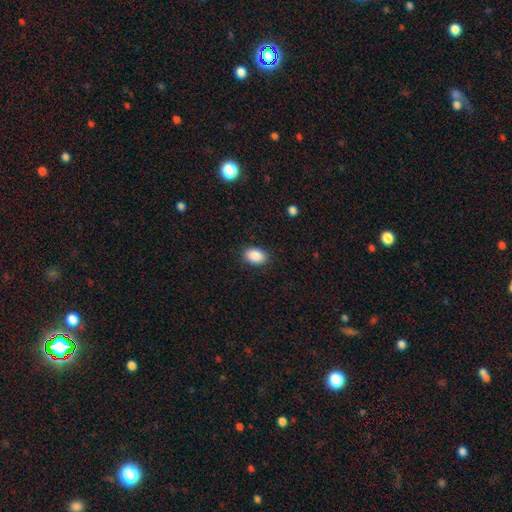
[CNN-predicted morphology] This is clearly a smooth galaxy (88%). How rounded: clearly in between (85%). Merging: clearly none (88%).